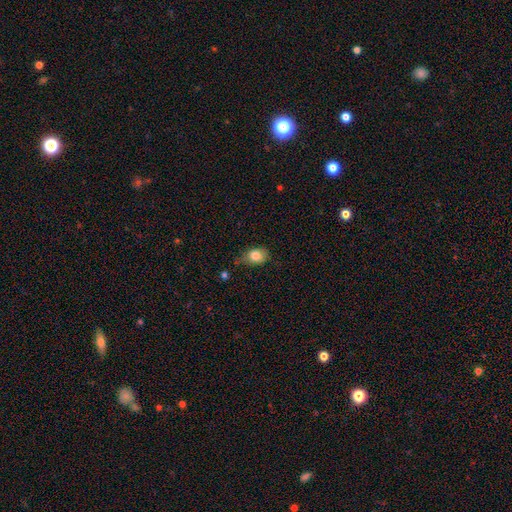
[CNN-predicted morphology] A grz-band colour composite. It shows a smooth galaxy with no disk features (83%) that is in between round and cigar-shaped (64%). Merging: none (51%).